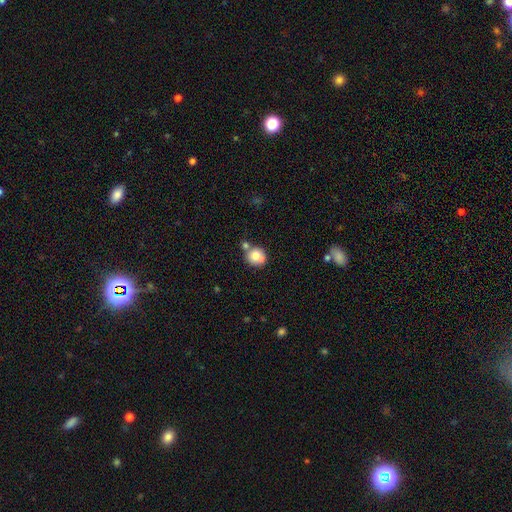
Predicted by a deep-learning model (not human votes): The model was most divided on "merging": none: 53%, merger: 30%, minor disturbance: 13%, major disturbance: 4%. More confident: how rounded — round (85%); smooth or featured — smooth (74%).